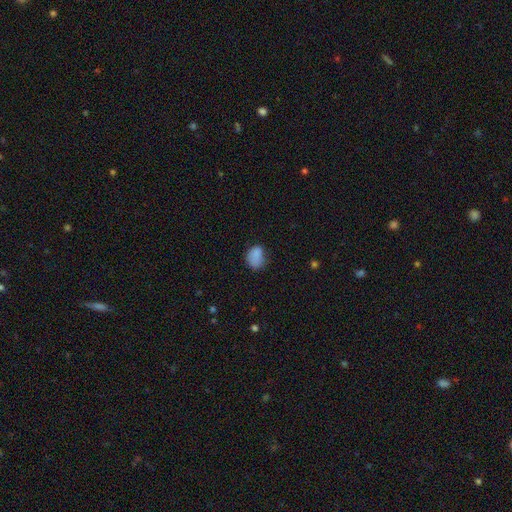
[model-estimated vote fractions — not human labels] Smooth or featured: smooth — 82% (star or artifact — 11%)
How rounded: in between — 66% (round — 33%)
Merging: none — 51% (minor disturbance — 31%)